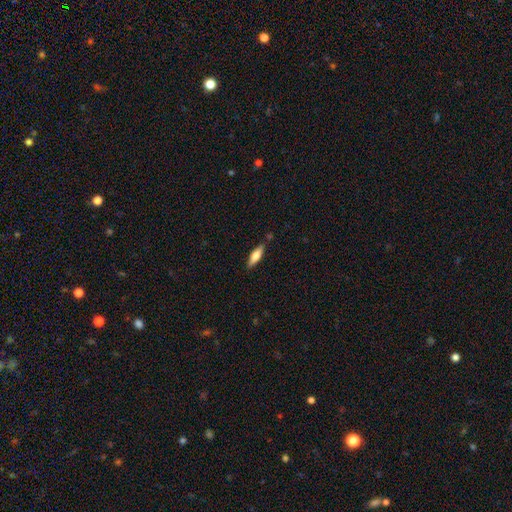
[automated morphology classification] A smooth galaxy with no disk features (64%) that is cigar-shaped (54%).

Vote fractions:
- Smooth or featured? smooth: 64% / featured or disk: 30% / star or artifact: 6%
- How rounded? cigar-shaped: 54% / in between: 44% / round: 2%
- Merging? none: 82% / minor disturbance: 13% / merger: 3% / major disturbance: 2%